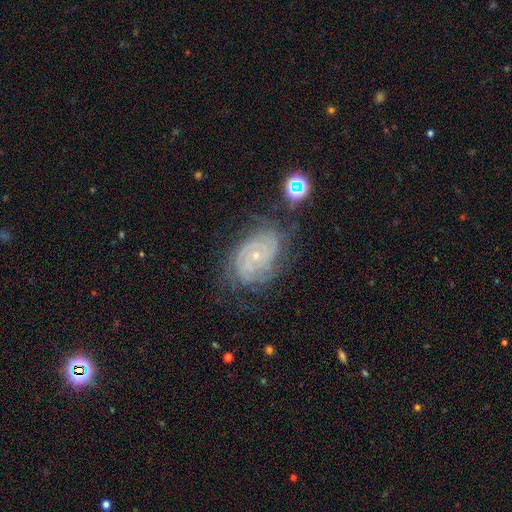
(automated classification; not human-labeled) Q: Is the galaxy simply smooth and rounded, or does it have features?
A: featured or disk — 81%.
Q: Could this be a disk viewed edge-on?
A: no — 97%.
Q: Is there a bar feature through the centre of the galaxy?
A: no — 75%.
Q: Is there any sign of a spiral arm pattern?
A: yes — 96%.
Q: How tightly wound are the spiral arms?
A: tight — 72%.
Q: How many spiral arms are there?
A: can't tell — 33%.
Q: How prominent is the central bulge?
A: small — 80%.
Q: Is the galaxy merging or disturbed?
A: none — 69%.